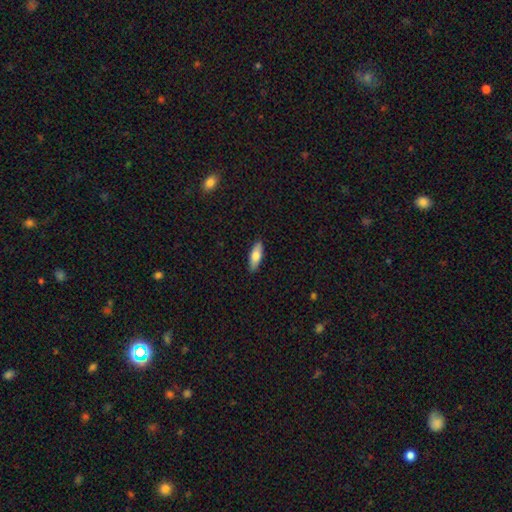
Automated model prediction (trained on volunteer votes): This is likely a smooth galaxy (74%). How rounded: likely in between (66%). Merging: clearly none (90%).